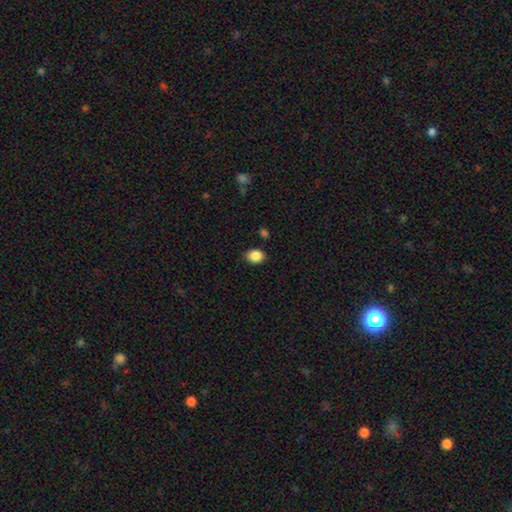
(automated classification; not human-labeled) This appears to be a smooth galaxy with no disk features (87%) that is in between round and cigar-shaped (53%). Merging: none (82%).